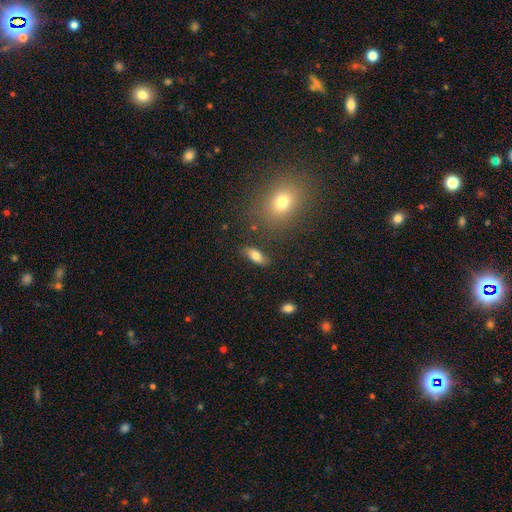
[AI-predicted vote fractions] Smooth or featured? Predicted: smooth (p=0.78). How rounded? Predicted: in between (p=0.82). Merging? Predicted: none (p=0.80).